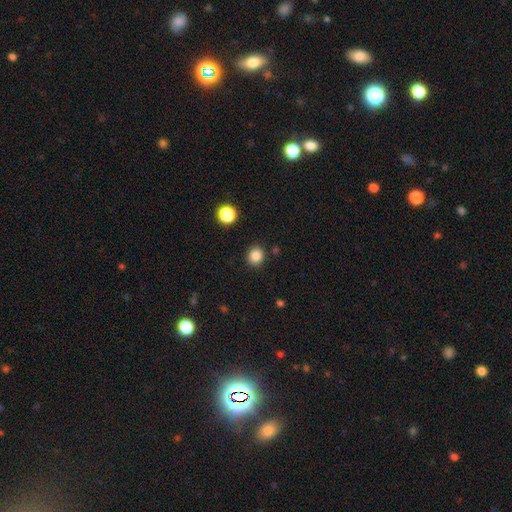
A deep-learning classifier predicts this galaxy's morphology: A smooth galaxy with no disk features (85%) that is round (86%).

Vote fractions:
- Smooth or featured? smooth: 85% / star or artifact: 11% / featured or disk: 4%
- How rounded? round: 86% / in between: 13% / cigar-shaped: 1%
- Merging? none: 88% / minor disturbance: 7% / major disturbance: 2% / merger: 2%